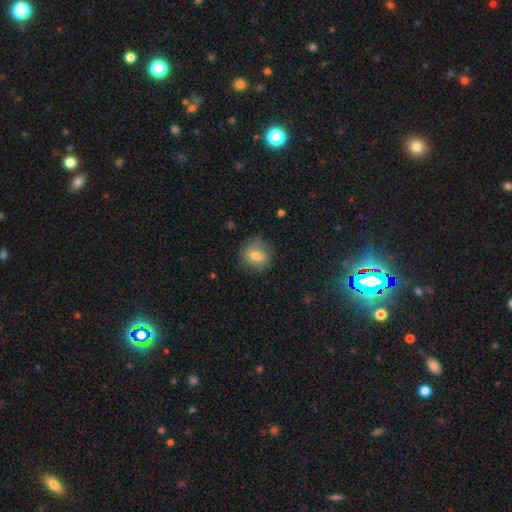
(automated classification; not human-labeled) Q: Smooth or featured?
A: smooth (70%); runner-up: featured or disk (21%)
Q: How rounded?
A: round (79%); runner-up: in between (20%)
Q: Merging?
A: none (75%); runner-up: minor disturbance (18%)